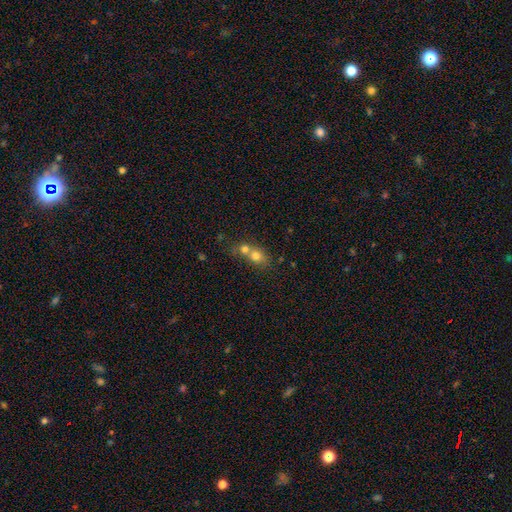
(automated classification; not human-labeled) A smooth galaxy with no disk features (74%) that is round (61%).

Vote fractions:
- Smooth or featured? smooth: 74% / featured or disk: 15% / star or artifact: 11%
- How rounded? round: 61% / in between: 37% / cigar-shaped: 2%
- Merging? merger: 67% / none: 24% / minor disturbance: 6% / major disturbance: 3%